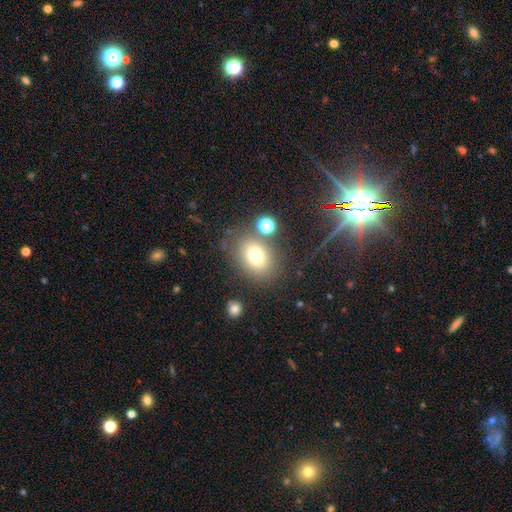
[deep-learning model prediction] Smooth or featured?
  - smooth: 74% *
  - star or artifact: 14%
  - featured or disk: 12%
How rounded?
  - in between: 56% *
  - round: 43%
  - cigar-shaped: 1%
Merging?
  - none: 72% *
  - minor disturbance: 13%
  - merger: 8%
  - major disturbance: 7%